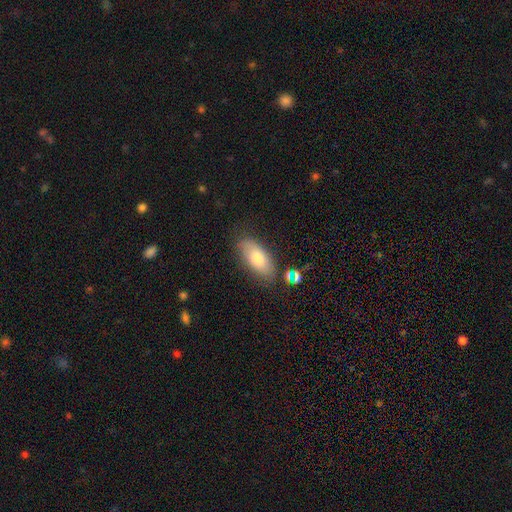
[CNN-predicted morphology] type=smooth (74%); roundness=in between (85%); merging=none (78%).